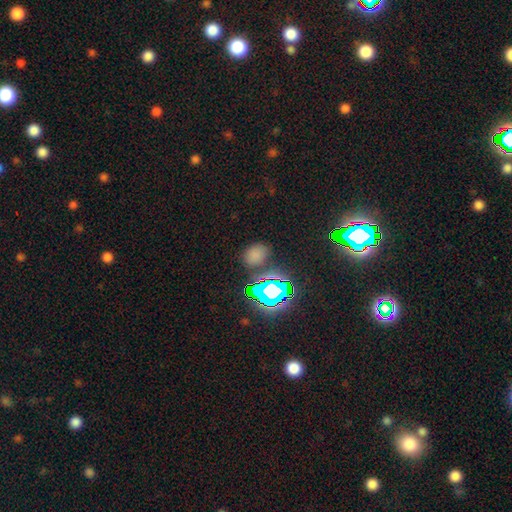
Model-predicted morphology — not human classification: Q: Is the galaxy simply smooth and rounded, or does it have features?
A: smooth — 65%.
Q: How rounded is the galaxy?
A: in between — 60%.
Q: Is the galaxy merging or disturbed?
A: none — 78%.